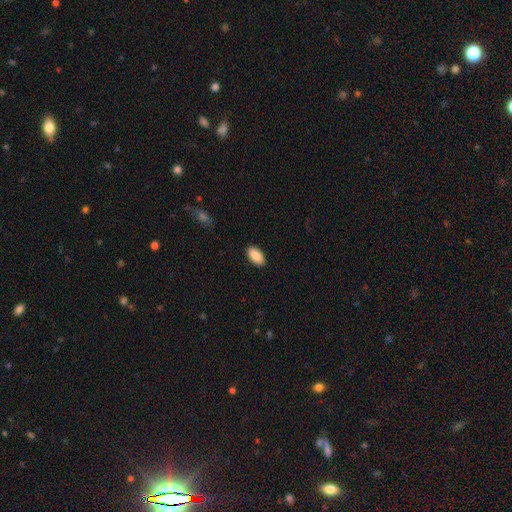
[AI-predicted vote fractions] smooth_or_featured: smooth (p=0.90) [alt: star or artifact p=0.06]
how_rounded: in between (p=0.95) [alt: round p=0.03]
merging: none (p=0.89) [alt: minor disturbance p=0.08]